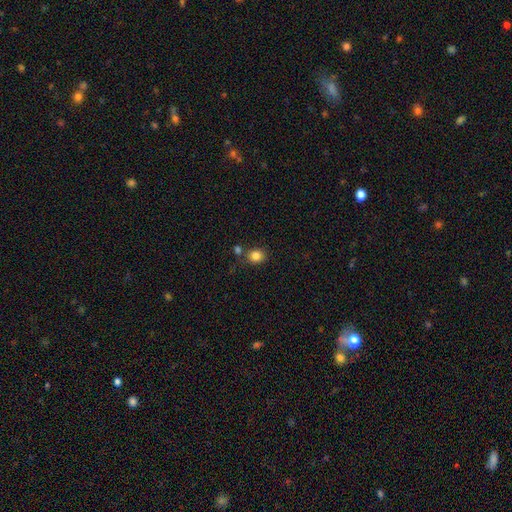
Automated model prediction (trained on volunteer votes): Smooth or featured? Predicted: smooth (p=0.84). How rounded? Predicted: round (p=0.72). Merging? Predicted: none (p=0.71).